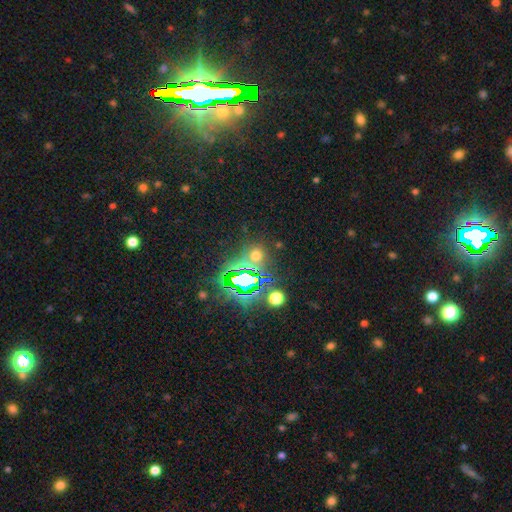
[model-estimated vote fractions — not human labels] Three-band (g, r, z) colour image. It shows a star or artifact, not a galaxy (49%).